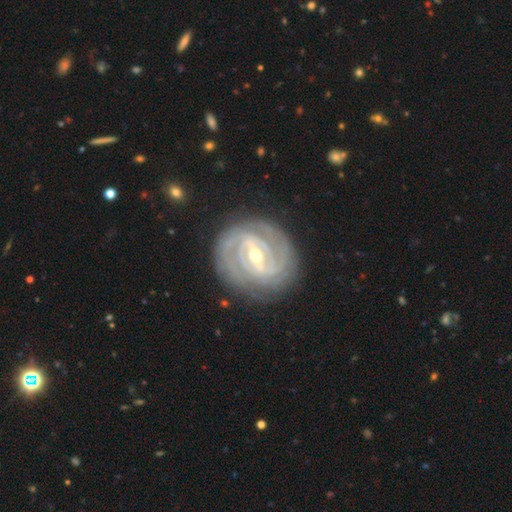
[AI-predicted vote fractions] featured or disk 91%, smooth 5%, star or artifact 4%. Down the decision tree: edge-on disk — no (97%); bar — strong (55%); spiral arms — yes (97%); spiral arm count — 2 (31%); spiral winding — tight (83%); bulge size — small (52%); merging — none (84%).